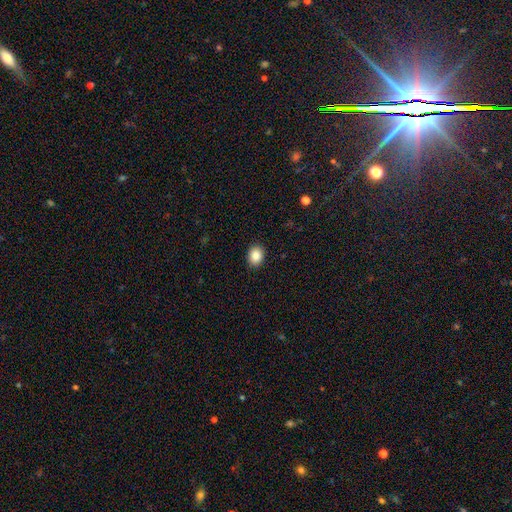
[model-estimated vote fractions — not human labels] A smooth galaxy with no disk features (87%) that is in between round and cigar-shaped (51%). Merging: none (90%).